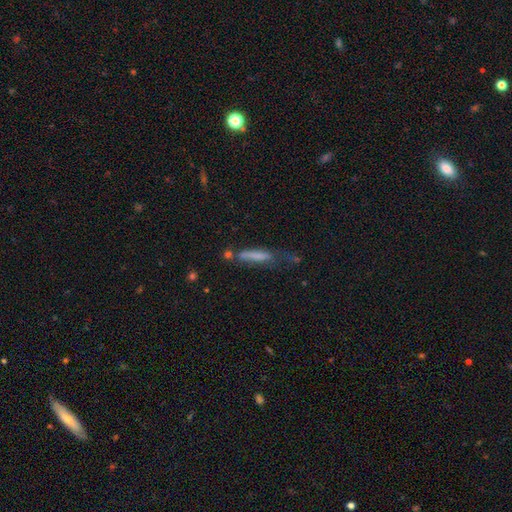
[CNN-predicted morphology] The model was most divided on "merging": none: 42%, minor disturbance: 27%, major disturbance: 18%, merger: 12%. More confident: how rounded — cigar-shaped (85%); smooth or featured — smooth (65%).